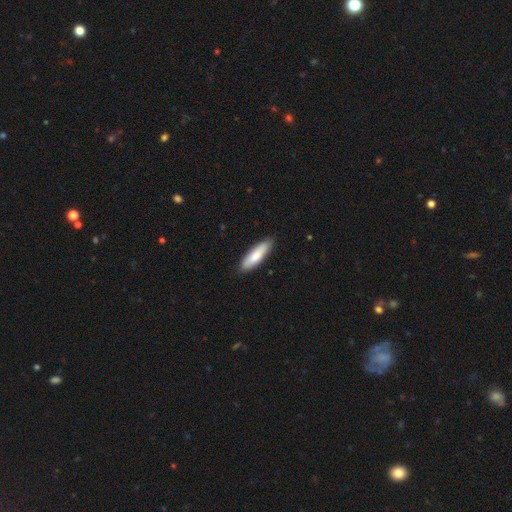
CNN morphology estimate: A smooth galaxy with no disk features (78%) that is cigar-shaped (58%). Merging: none (87%).